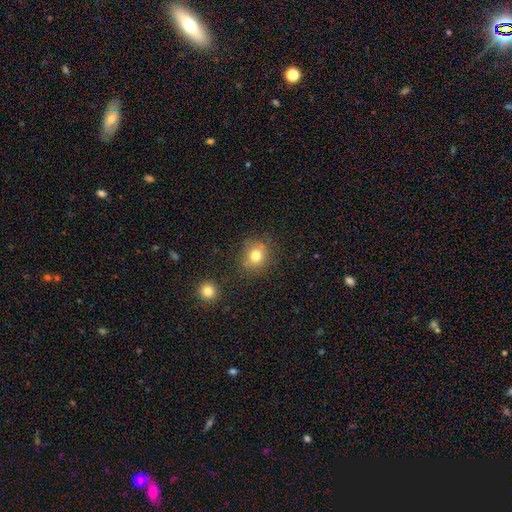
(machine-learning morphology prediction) Overall: smooth (78%). How rounded: round (81%). Merging: none (79%).